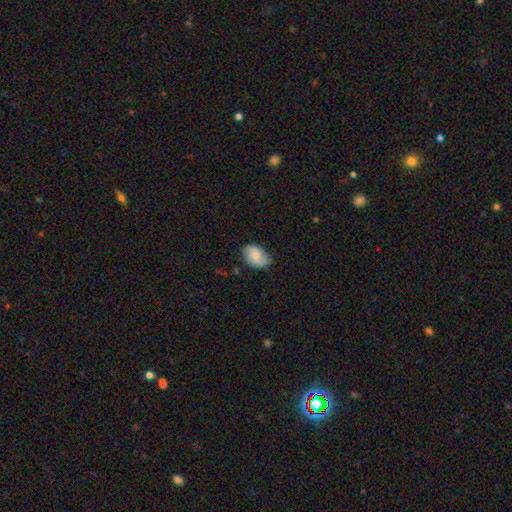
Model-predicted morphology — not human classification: A smooth galaxy with no disk features (70%) that is in between round and cigar-shaped (80%).

Vote fractions:
- Smooth or featured? smooth: 70% / featured or disk: 23% / star or artifact: 7%
- How rounded? in between: 80% / round: 18% / cigar-shaped: 1%
- Merging? none: 64% / minor disturbance: 29% / major disturbance: 5% / merger: 1%